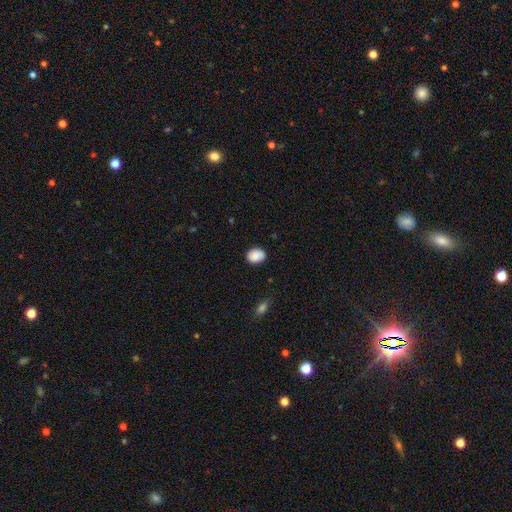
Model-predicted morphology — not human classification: Smooth or featured? smooth (87%)
How rounded? in between (58%)
Merging? none (82%)